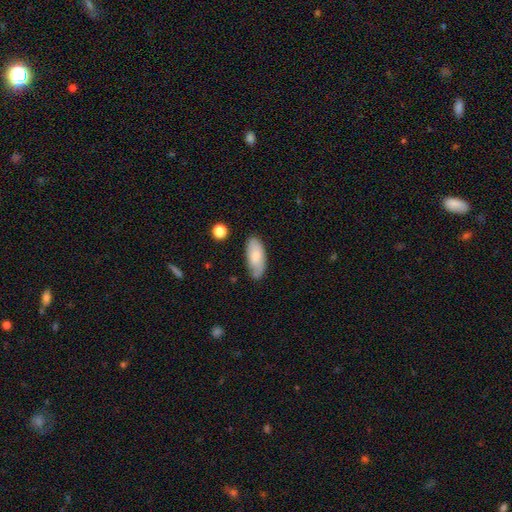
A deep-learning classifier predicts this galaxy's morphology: smooth_or_featured: smooth (p=0.70) [alt: featured or disk p=0.24]
how_rounded: in between (p=0.89) [alt: cigar-shaped p=0.09]
merging: none (p=0.71) [alt: minor disturbance p=0.22]